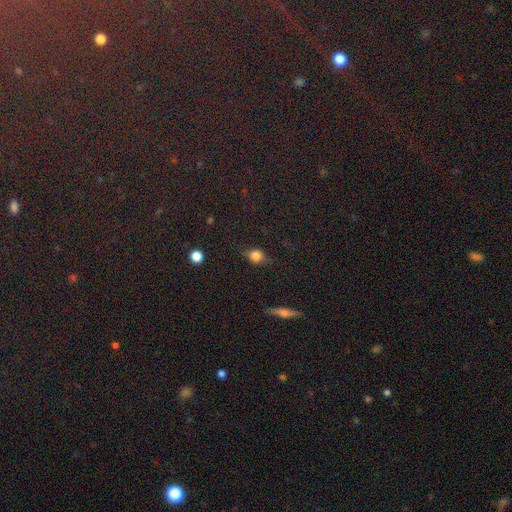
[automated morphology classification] smooth 74%, featured or disk 14%, star or artifact 12%. Down the decision tree: how rounded — round (55%); merging — none (77%).